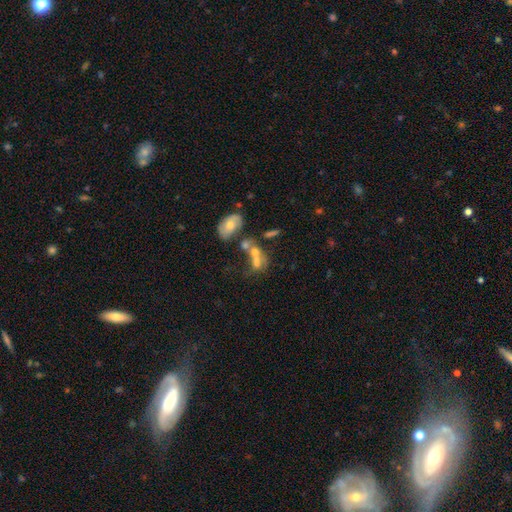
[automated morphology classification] This appears to be a smooth galaxy with no disk features (50%) that is in between round and cigar-shaped (72%). Merging: merger (52%).